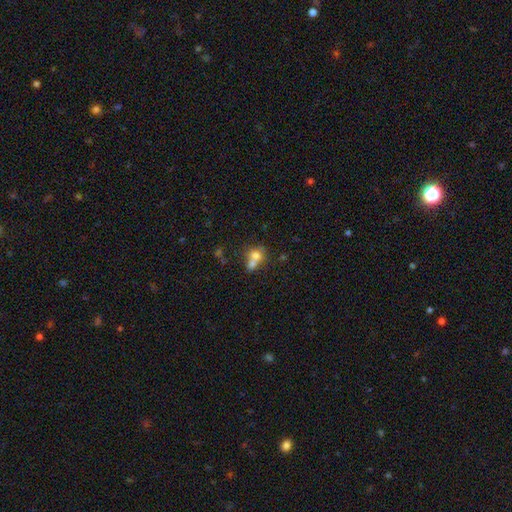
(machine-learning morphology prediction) Smooth or featured: smooth — 68% (featured or disk — 20%)
How rounded: round — 57% (in between — 41%)
Merging: merger — 63% (none — 25%)